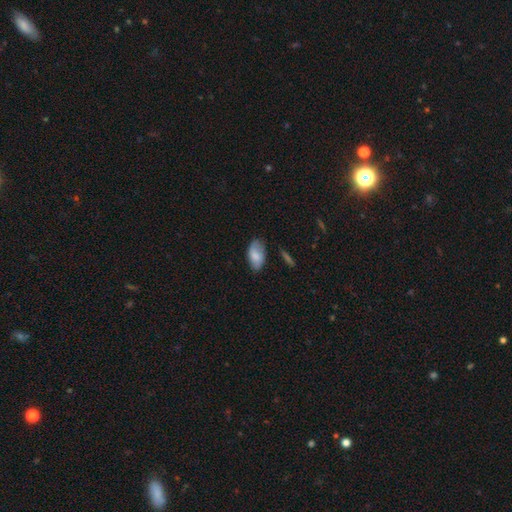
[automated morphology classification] type=smooth (77%); roundness=in between (94%); merging=none (67%).